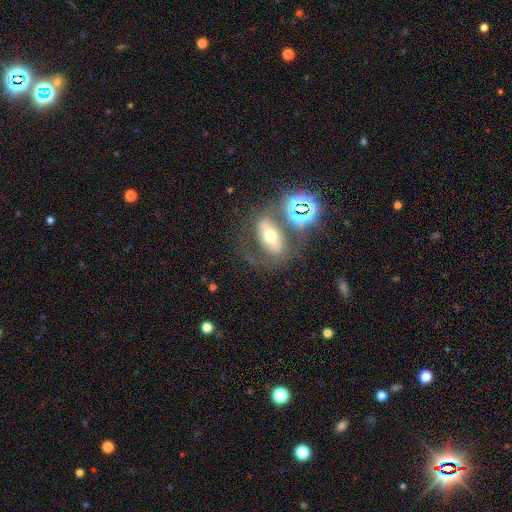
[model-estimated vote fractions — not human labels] smooth_or_featured: featured or disk (p=0.64) [alt: smooth p=0.22]
disk_edge_on: no (p=0.89) [alt: yes p=0.11]
bar: no (p=0.37) [alt: weak p=0.33]
has_spiral_arms: yes (p=0.68) [alt: no p=0.32]
bulge_size: moderate (p=0.60) [alt: small p=0.28]
merging: none (p=0.42) [alt: merger p=0.35]